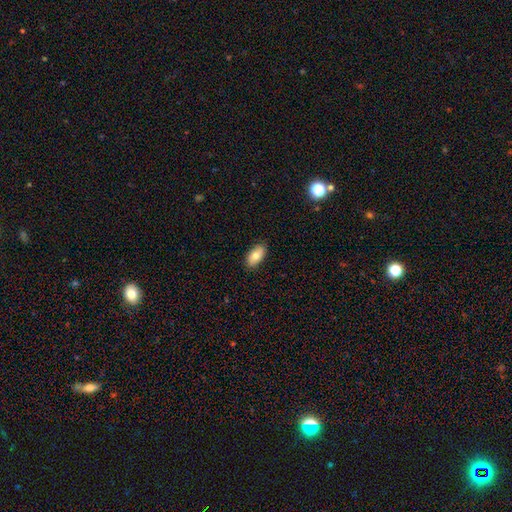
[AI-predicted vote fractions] Morphology: type=smooth (80%); roundness=in between (93%); merging=none (87%).